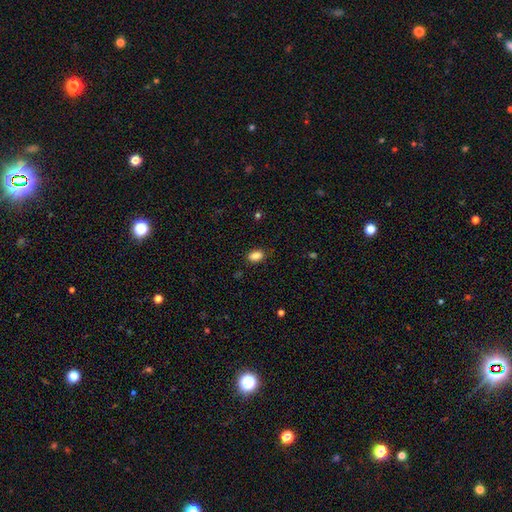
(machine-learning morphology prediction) A smooth galaxy with no disk features (86%) that is in between round and cigar-shaped (87%).

Vote fractions:
- Smooth or featured? smooth: 86% / star or artifact: 9% / featured or disk: 5%
- How rounded? in between: 87% / round: 11% / cigar-shaped: 2%
- Merging? none: 83% / minor disturbance: 13% / major disturbance: 3% / merger: 1%